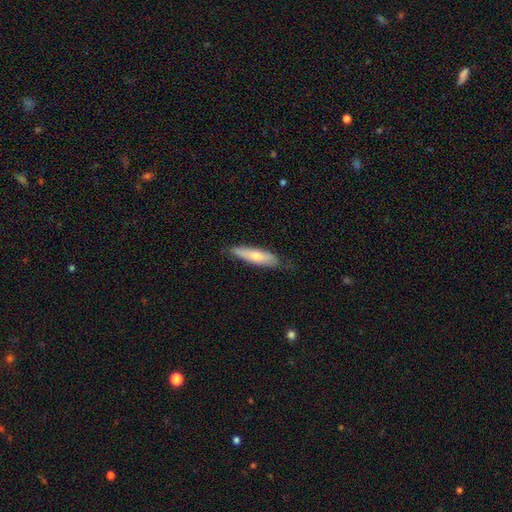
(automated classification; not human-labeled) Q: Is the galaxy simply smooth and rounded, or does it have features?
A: smooth — 50%.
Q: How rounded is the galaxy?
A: cigar-shaped — 77%.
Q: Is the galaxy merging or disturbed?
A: none — 78%.